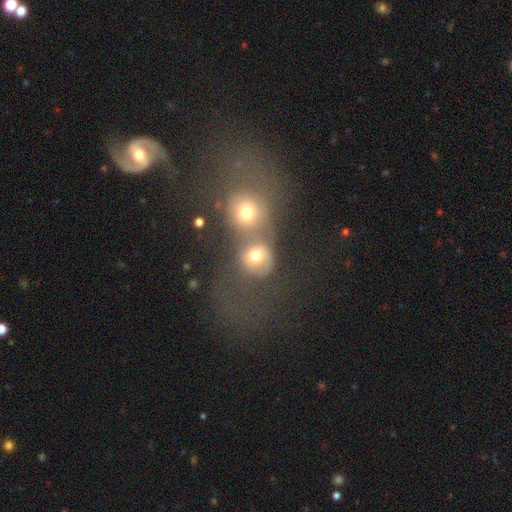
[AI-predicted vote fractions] smooth-or-featured: smooth: 71% | featured or disk: 15% | star or artifact: 14%
  how-rounded: round: 80% | in between: 19% | cigar-shaped: 1%
  merging: merger: 63% | none: 24% | major disturbance: 7% | minor disturbance: 6%